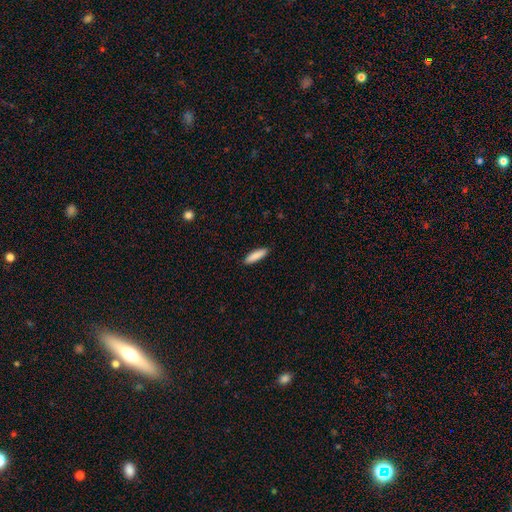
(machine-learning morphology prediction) A smooth galaxy with no disk features (88%) that is cigar-shaped (68%). Merging: none (90%).